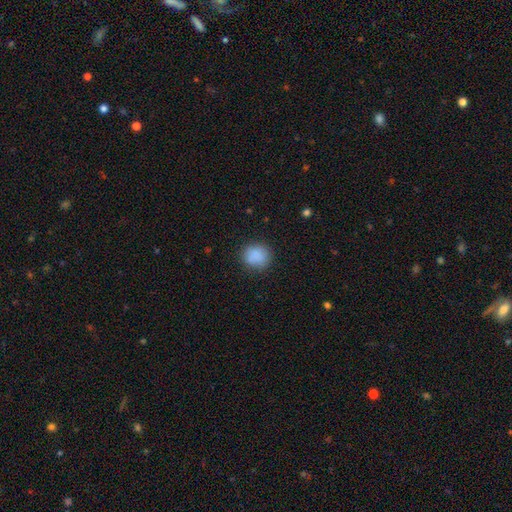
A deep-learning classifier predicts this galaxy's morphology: Overall: smooth (87%). How rounded: round (82%). Merging: none (84%).